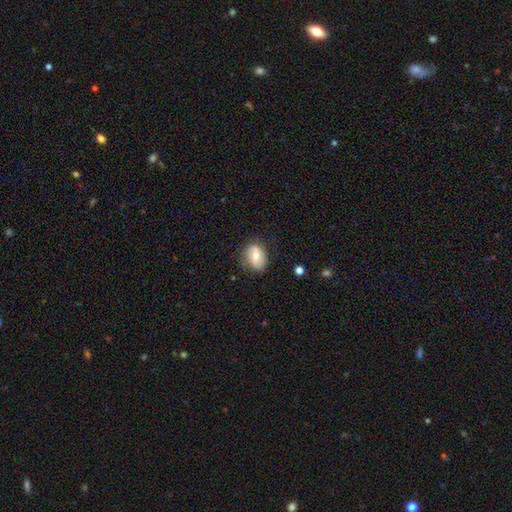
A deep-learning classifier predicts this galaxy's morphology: Smooth or featured? Predicted: smooth (p=0.63). How rounded? Predicted: in between (p=0.64). Merging? Predicted: none (p=0.73).